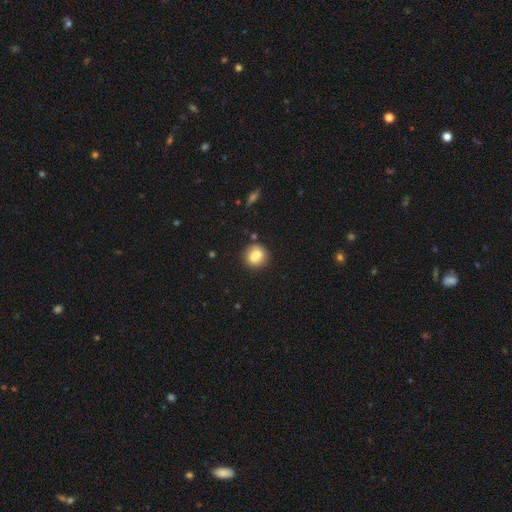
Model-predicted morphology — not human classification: Smooth or featured? smooth (76%)
How rounded? round (79%)
Merging? none (63%)